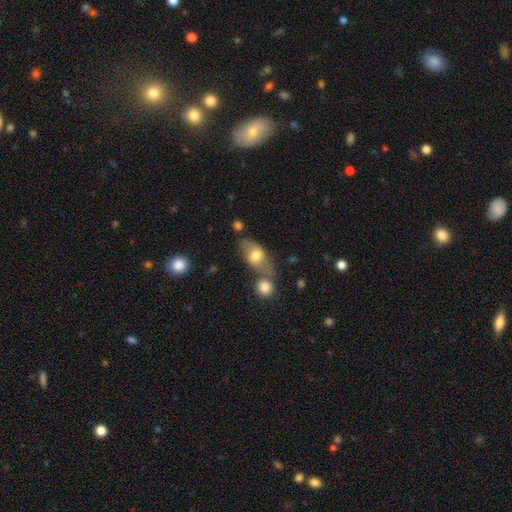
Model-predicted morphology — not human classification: Overall: smooth (64%; featured or disk 29%). How rounded: in between (82%). Merging: none (47%; merger 29%).